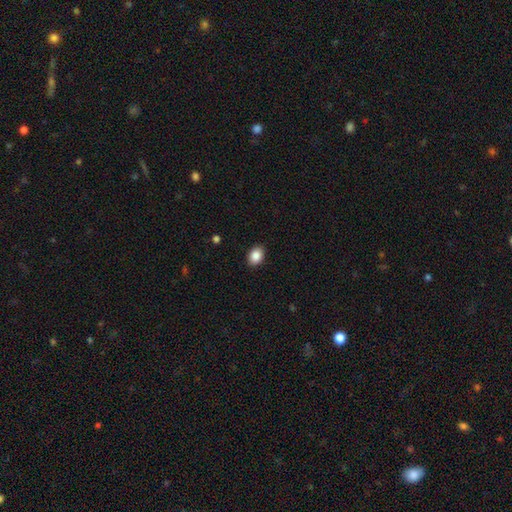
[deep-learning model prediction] smooth_or_featured: smooth (p=0.88) [alt: star or artifact p=0.08]
how_rounded: in between (p=0.73) [alt: round p=0.26]
merging: none (p=0.89) [alt: minor disturbance p=0.08]